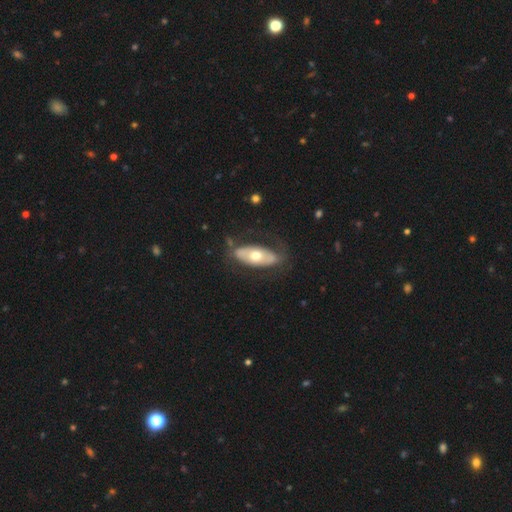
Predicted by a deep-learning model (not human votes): A featured or disk galaxy (49%). Merging: none (69%).